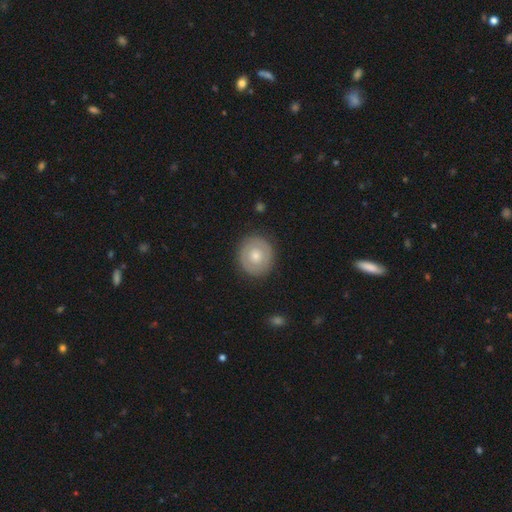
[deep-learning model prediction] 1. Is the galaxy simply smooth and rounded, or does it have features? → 52% smooth, 42% featured or disk, 6% star or artifact.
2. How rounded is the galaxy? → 85% round, 14% in between, 1% cigar-shaped.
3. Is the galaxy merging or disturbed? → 87% none, 9% minor disturbance, 3% major disturbance, 1% merger.